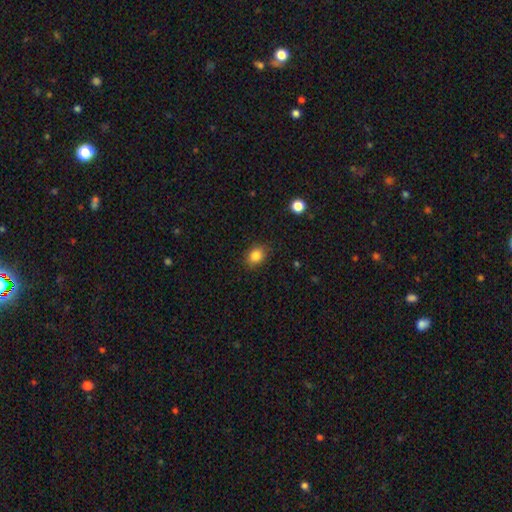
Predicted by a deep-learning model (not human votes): This appears to be a smooth galaxy with no disk features (85%) that is round (51%). Merging: none (84%).